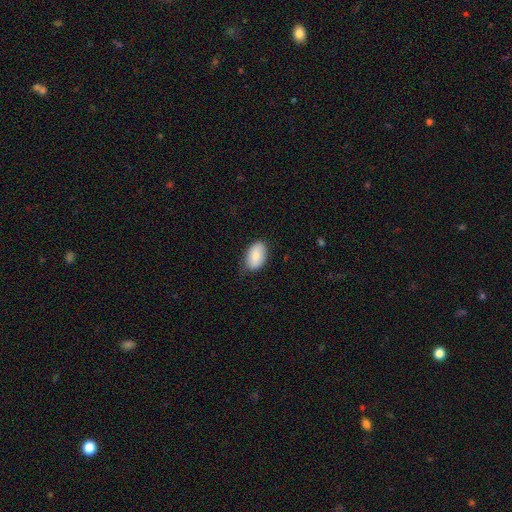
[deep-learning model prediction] Smooth or featured: smooth — 80% (featured or disk — 13%)
How rounded: in between — 92% (round — 7%)
Merging: none — 74% (minor disturbance — 21%)